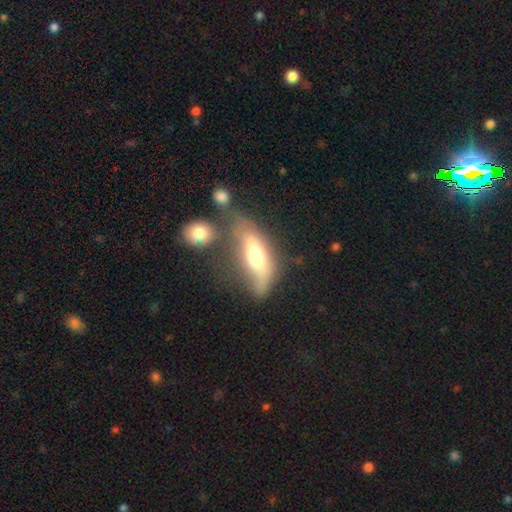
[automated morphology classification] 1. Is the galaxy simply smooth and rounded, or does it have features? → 49% smooth, 44% featured or disk, 8% star or artifact.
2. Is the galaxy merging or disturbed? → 40% none, 23% merger, 21% minor disturbance, 16% major disturbance.